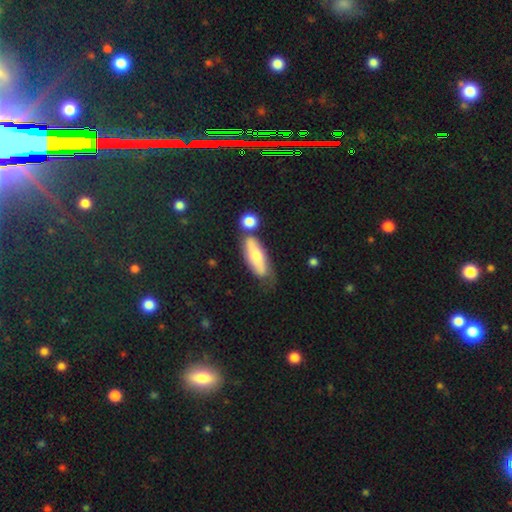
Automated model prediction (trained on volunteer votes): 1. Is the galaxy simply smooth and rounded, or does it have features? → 57% smooth, 36% featured or disk, 7% star or artifact.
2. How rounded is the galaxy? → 54% in between, 43% cigar-shaped, 3% round.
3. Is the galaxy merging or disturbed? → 57% none, 22% minor disturbance, 14% merger, 7% major disturbance.